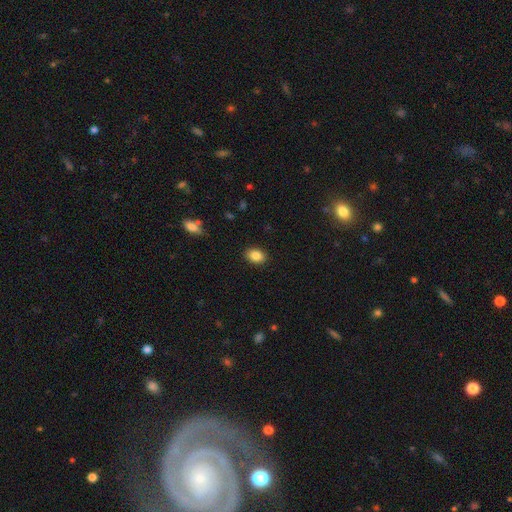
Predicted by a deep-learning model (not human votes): smooth-or-featured: smooth: 87% | star or artifact: 9% | featured or disk: 4%
  how-rounded: in between: 74% | round: 25% | cigar-shaped: 1%
  merging: none: 89% | minor disturbance: 8% | major disturbance: 2% | merger: 1%